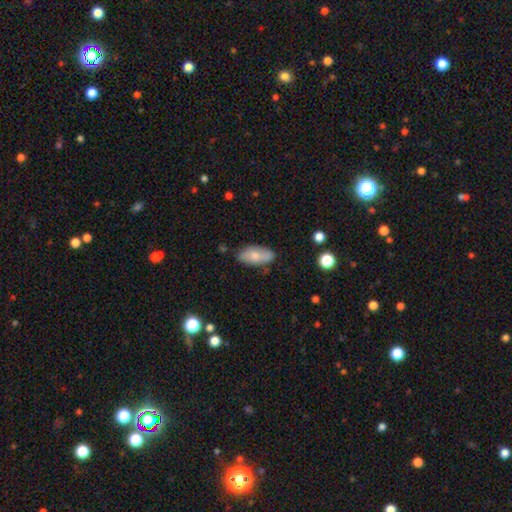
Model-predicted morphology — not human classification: smooth_or_featured: smooth (p=0.70) [alt: featured or disk p=0.23]
how_rounded: in between (p=0.88) [alt: cigar-shaped p=0.09]
merging: none (p=0.74) [alt: minor disturbance p=0.19]